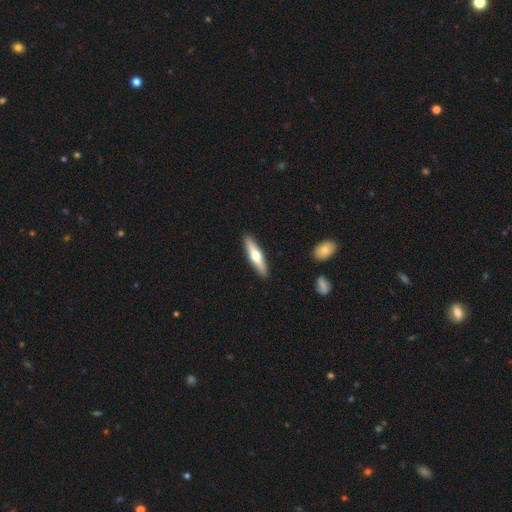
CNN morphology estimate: type=smooth (48%); merging=none (91%).